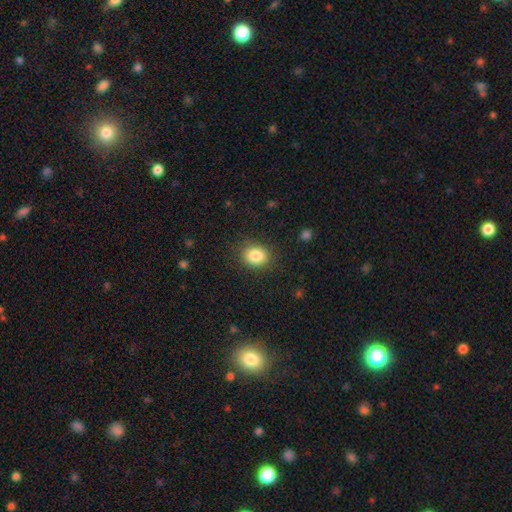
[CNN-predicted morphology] This is clearly a smooth galaxy (85%). How rounded: possibly round (58%). Merging: clearly none (86%).